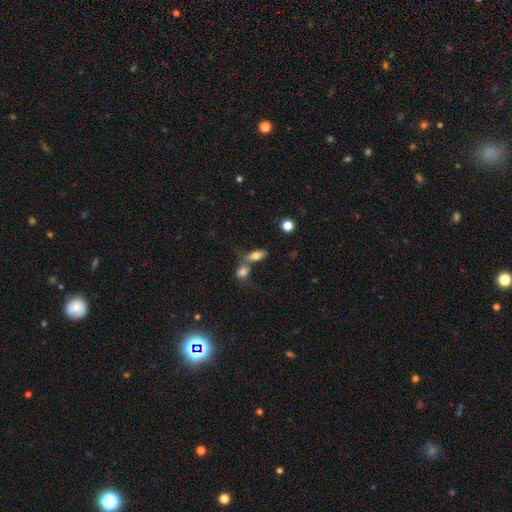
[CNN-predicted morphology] Smooth or featured? Predicted: smooth (p=0.75). How rounded? Predicted: in between (p=0.79). Merging? Predicted: none (p=0.44).